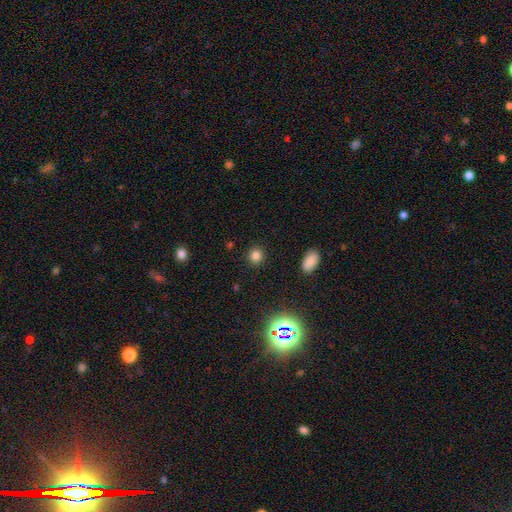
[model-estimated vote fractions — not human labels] smooth_or_featured: smooth (p=0.79) [alt: star or artifact p=0.16]
how_rounded: round (p=0.87) [alt: in between p=0.12]
merging: none (p=0.90) [alt: minor disturbance p=0.06]